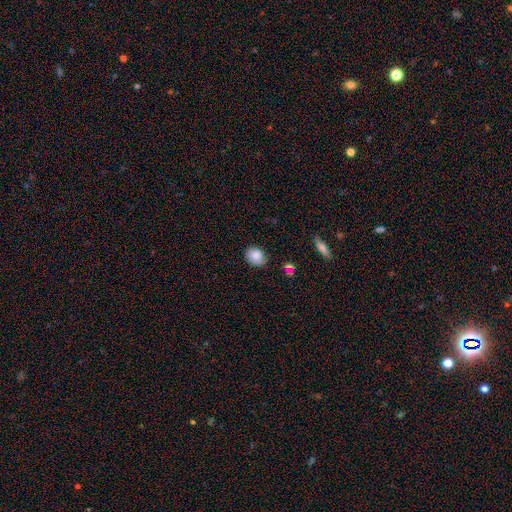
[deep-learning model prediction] A smooth galaxy with no disk features (86%) that is in between round and cigar-shaped (50%).

Vote fractions:
- Smooth or featured? smooth: 86% / star or artifact: 8% / featured or disk: 6%
- How rounded? in between: 50% / round: 49% / cigar-shaped: 1%
- Merging? none: 79% / minor disturbance: 16% / major disturbance: 3% / merger: 2%